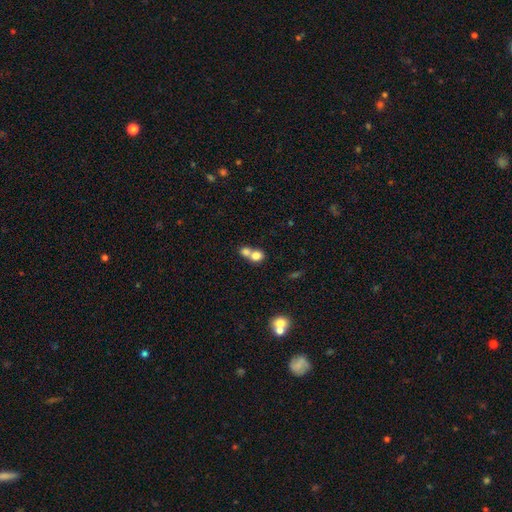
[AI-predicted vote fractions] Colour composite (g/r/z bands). It shows a smooth galaxy with no disk features (76%) that is round (68%). Merging: merger (66%).